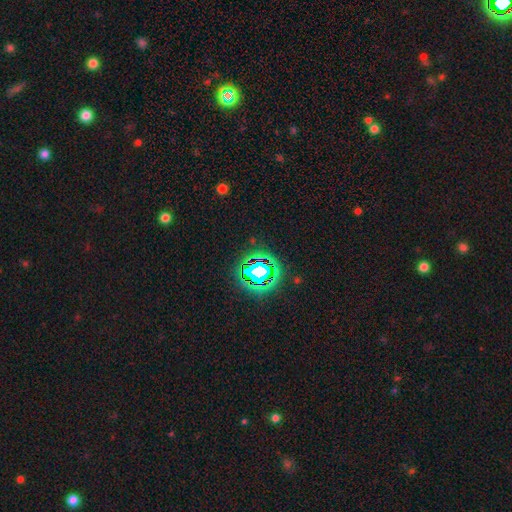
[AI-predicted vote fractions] Overall: star or artifact (78%).